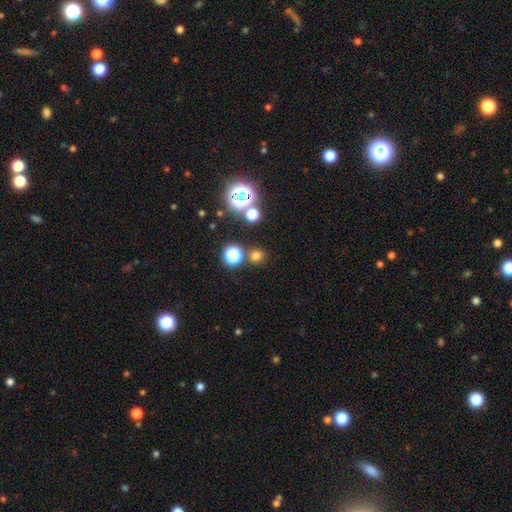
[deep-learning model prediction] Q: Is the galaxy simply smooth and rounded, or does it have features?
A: smooth — 68%.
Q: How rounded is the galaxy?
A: round — 89%.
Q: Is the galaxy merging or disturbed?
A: none — 82%.